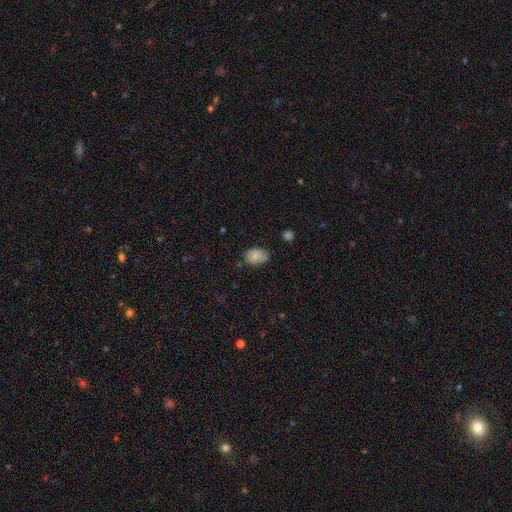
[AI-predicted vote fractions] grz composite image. It shows a smooth galaxy with no disk features (77%) that is in between round and cigar-shaped (82%). Merging: none (64%).